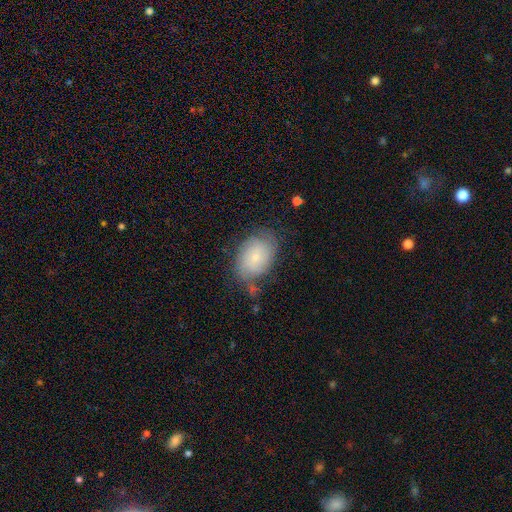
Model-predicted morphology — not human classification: The model was most divided on "smooth or featured": smooth: 61%, featured or disk: 31%, star or artifact: 8%. More confident: how rounded — in between (84%); merging — none (64%).